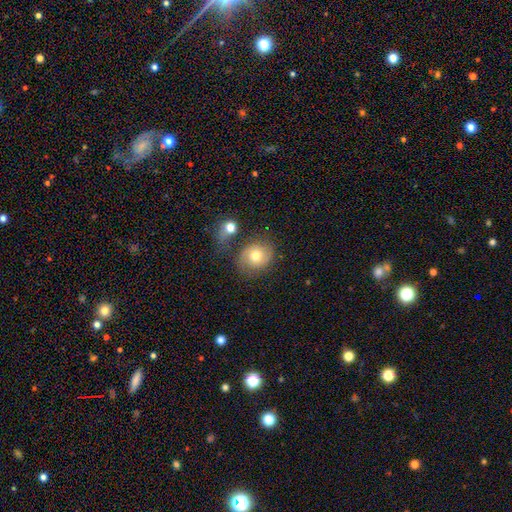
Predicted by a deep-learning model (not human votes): A smooth galaxy with no disk features (56%) that is round (73%). Merging: none (60%).